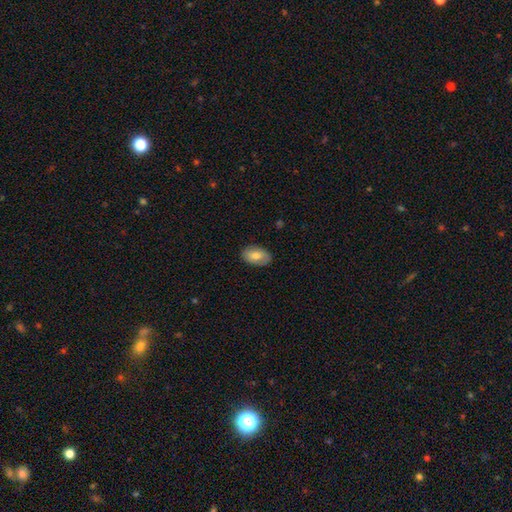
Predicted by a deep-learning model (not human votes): smooth_or_featured: smooth (p=0.76) [alt: featured or disk p=0.17]
how_rounded: in between (p=0.91) [alt: round p=0.08]
merging: none (p=0.84) [alt: minor disturbance p=0.12]